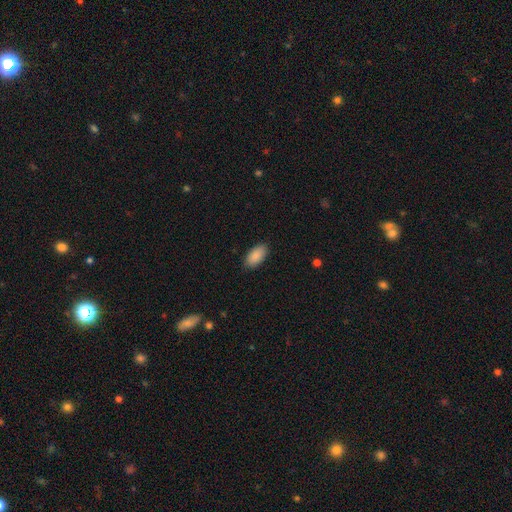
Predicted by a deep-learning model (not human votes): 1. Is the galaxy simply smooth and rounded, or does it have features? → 89% smooth, 6% star or artifact, 5% featured or disk.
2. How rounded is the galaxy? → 94% in between, 3% cigar-shaped, 3% round.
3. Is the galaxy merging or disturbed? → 87% none, 10% minor disturbance, 2% major disturbance, 1% merger.